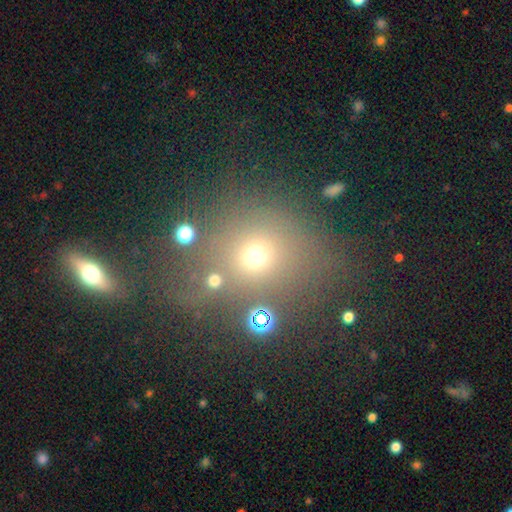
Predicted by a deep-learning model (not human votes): smooth-or-featured: smooth: 62% | star or artifact: 24% | featured or disk: 13%
  how-rounded: round: 76% | in between: 22% | cigar-shaped: 2%
  merging: none: 62% | minor disturbance: 15% | merger: 13% | major disturbance: 10%